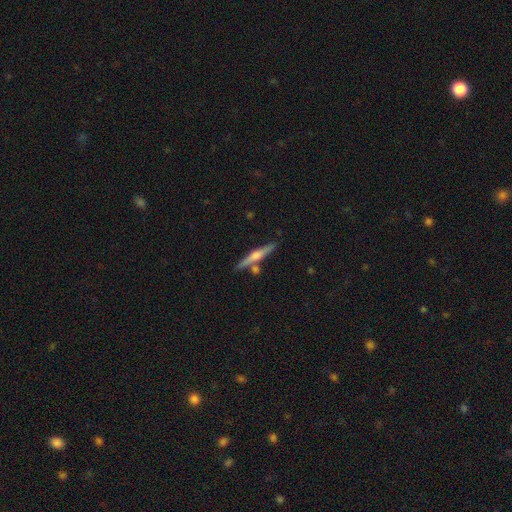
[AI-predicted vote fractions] This is likely a featured or disk galaxy (63%). It is clearly viewed edge-on (97%). Edge-on bulge: clearly rounded (81%). Merging: clearly none (80%).